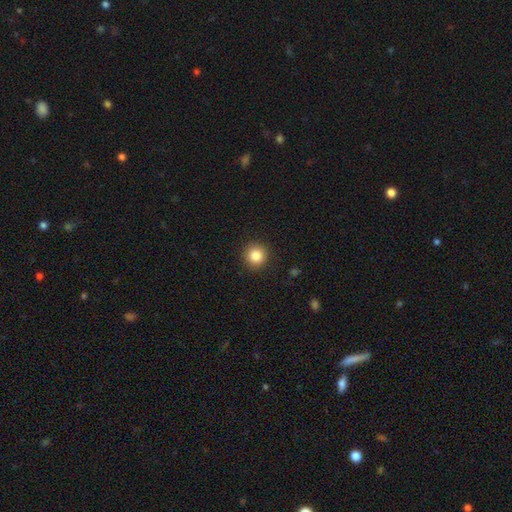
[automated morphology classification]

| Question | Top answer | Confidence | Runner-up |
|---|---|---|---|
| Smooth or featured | smooth | 85% | star or artifact (10%) |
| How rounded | round | 95% | in between (5%) |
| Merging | none | 91% | minor disturbance (6%) |